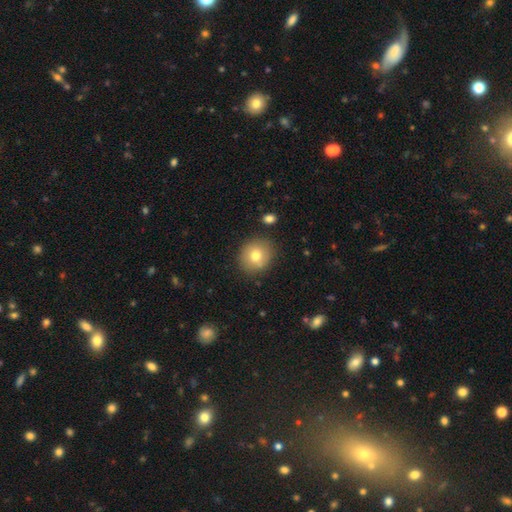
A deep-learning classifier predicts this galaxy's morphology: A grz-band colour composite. It shows a smooth galaxy with no disk features (74%) that is round (82%). Merging: none (83%).